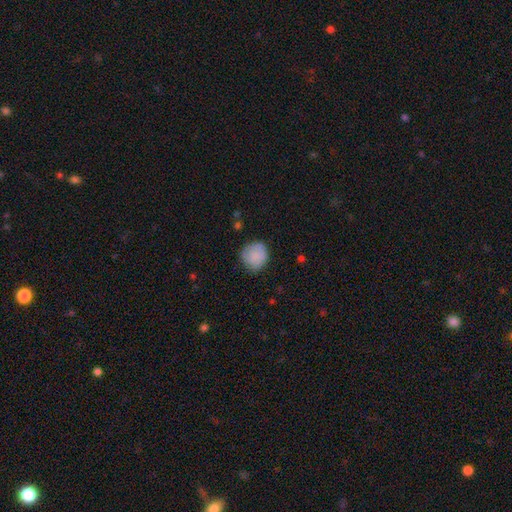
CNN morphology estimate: Overall: smooth (85%). How rounded: round (88%). Merging: none (74%).